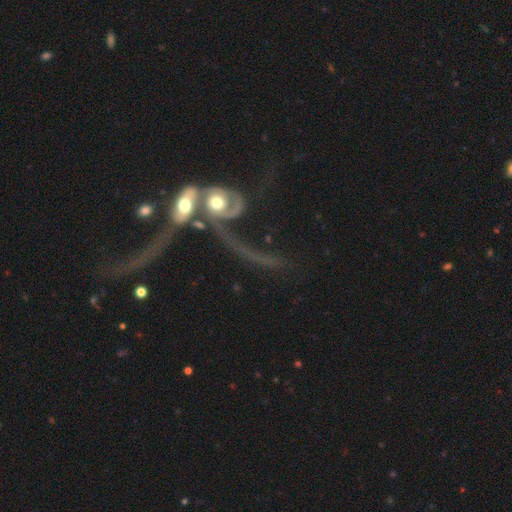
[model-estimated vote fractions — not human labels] smooth_or_featured: featured or disk (p=0.68) [alt: smooth p=0.16]
disk_edge_on: no (p=0.89) [alt: yes p=0.11]
bar: no (p=0.65) [alt: weak p=0.22]
has_spiral_arms: yes (p=0.69) [alt: no p=0.31]
bulge_size: moderate (p=0.43) [alt: small p=0.29]
merging: merger (p=0.57) [alt: major disturbance p=0.22]